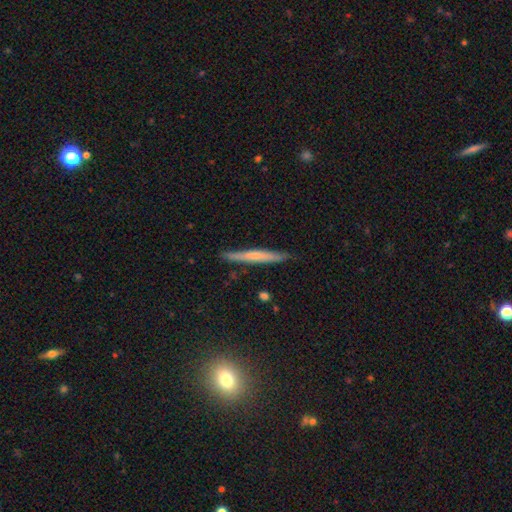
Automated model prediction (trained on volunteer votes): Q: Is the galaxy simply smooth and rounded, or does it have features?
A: smooth — 47%, tied with featured or disk.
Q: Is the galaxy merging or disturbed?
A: none — 88%.